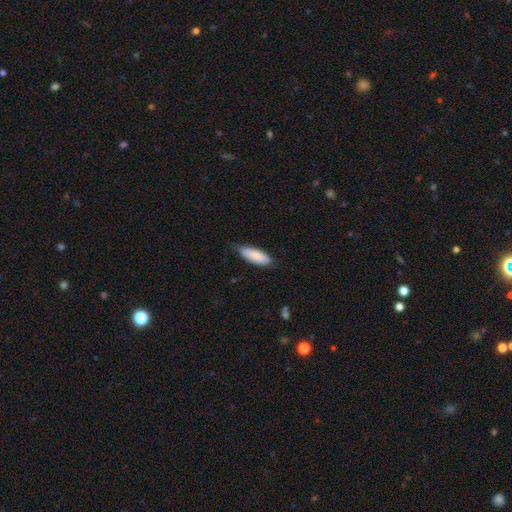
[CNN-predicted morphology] A smooth galaxy with no disk features (86%) that is in between round and cigar-shaped (66%).

Vote fractions:
- Smooth or featured? smooth: 86% / featured or disk: 9% / star or artifact: 5%
- How rounded? in between: 66% / cigar-shaped: 33% / round: 2%
- Merging? none: 74% / minor disturbance: 22% / major disturbance: 3% / merger: 1%